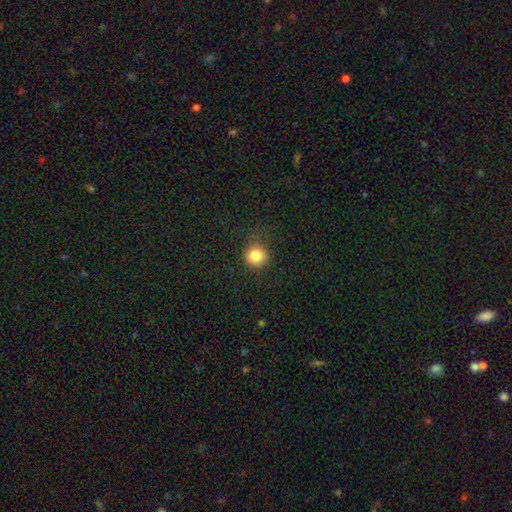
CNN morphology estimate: This appears to be a smooth galaxy with no disk features (83%) that is round (91%). Merging: none (80%).